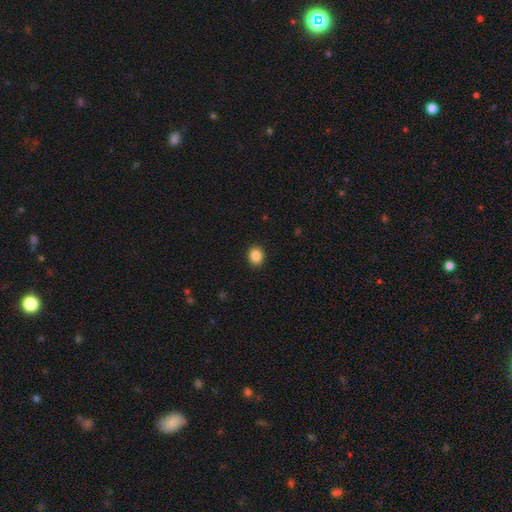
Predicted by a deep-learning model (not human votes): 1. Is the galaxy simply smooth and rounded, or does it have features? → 88% smooth, 9% star or artifact, 3% featured or disk.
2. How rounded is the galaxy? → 68% round, 32% in between, 1% cigar-shaped.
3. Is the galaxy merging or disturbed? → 91% none, 6% minor disturbance, 2% major disturbance, 1% merger.